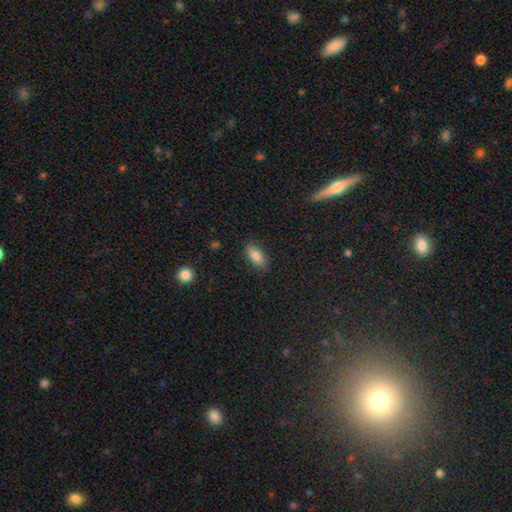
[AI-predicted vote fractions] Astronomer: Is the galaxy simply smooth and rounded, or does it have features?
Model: smooth — 84%.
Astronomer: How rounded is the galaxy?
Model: in between — 84%.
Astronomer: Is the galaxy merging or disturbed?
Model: none — 84%.